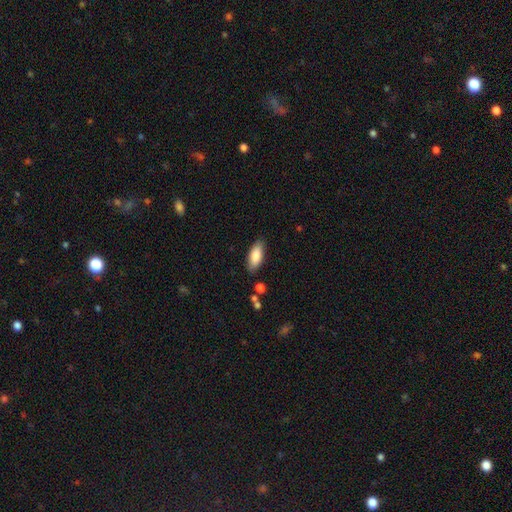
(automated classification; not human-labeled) smooth-or-featured: smooth: 85% | featured or disk: 9% | star or artifact: 6%
  how-rounded: in between: 81% | cigar-shaped: 17% | round: 2%
  merging: none: 86% | minor disturbance: 10% | major disturbance: 2% | merger: 2%